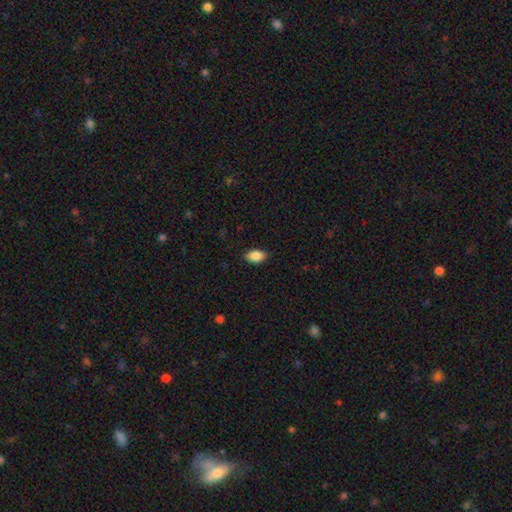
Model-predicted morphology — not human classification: Smooth or featured?
  - smooth: 87% *
  - star or artifact: 7%
  - featured or disk: 5%
How rounded?
  - in between: 91% *
  - round: 7%
  - cigar-shaped: 2%
Merging?
  - none: 87% *
  - minor disturbance: 10%
  - major disturbance: 2%
  - merger: 1%